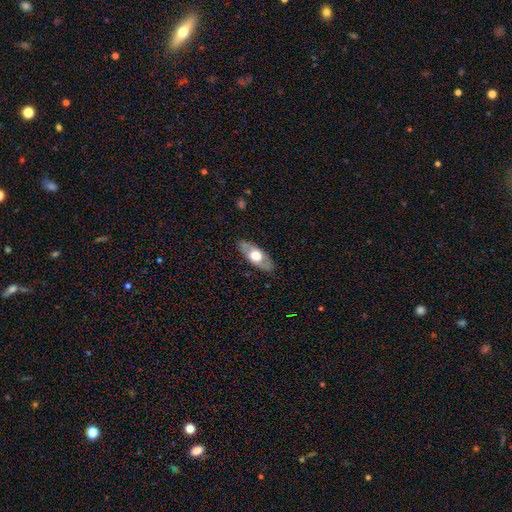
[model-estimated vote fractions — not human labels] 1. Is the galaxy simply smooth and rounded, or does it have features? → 51% smooth, 43% featured or disk, 5% star or artifact.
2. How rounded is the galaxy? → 79% in between, 16% cigar-shaped, 5% round.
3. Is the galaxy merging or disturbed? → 84% none, 12% minor disturbance, 3% major disturbance, 1% merger.